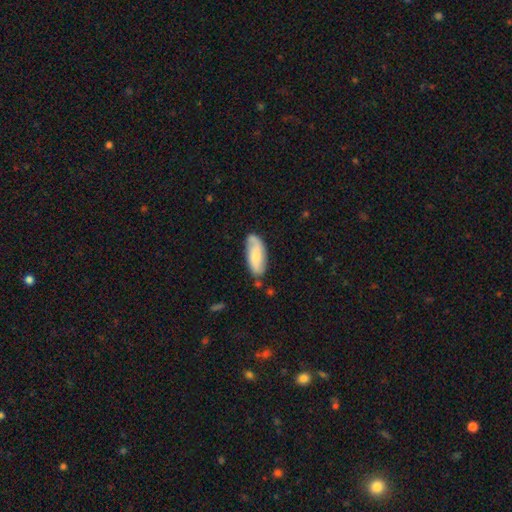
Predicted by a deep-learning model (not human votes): Smooth or featured? Predicted: smooth (p=0.55). How rounded? Predicted: in between (p=0.77). Merging? Predicted: none (p=0.69).